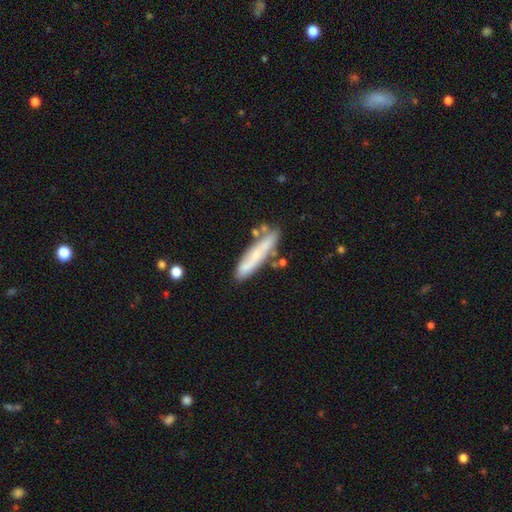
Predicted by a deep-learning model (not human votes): A smooth galaxy with no disk features (48%). Merging: none (70%).